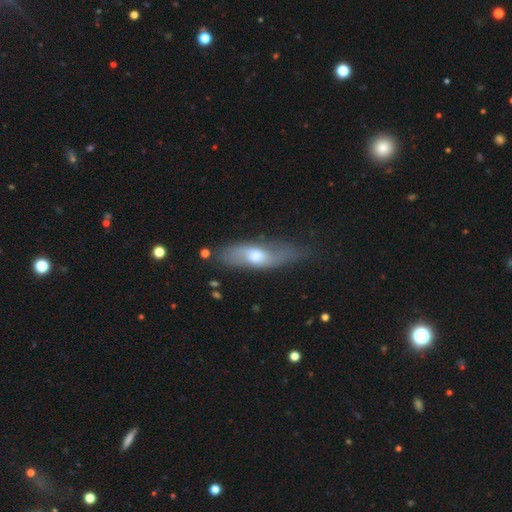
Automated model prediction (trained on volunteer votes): This appears to be a smooth galaxy with no disk features (48%). Merging: none (59%).